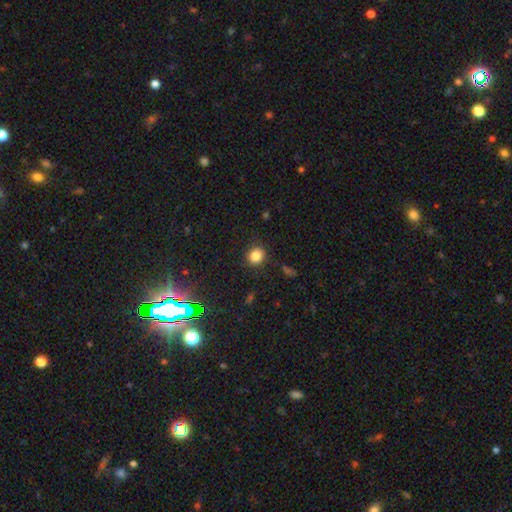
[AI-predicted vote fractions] Smooth or featured: smooth — 82% (star or artifact — 12%)
How rounded: round — 85% (in between — 14%)
Merging: none — 89% (minor disturbance — 7%)